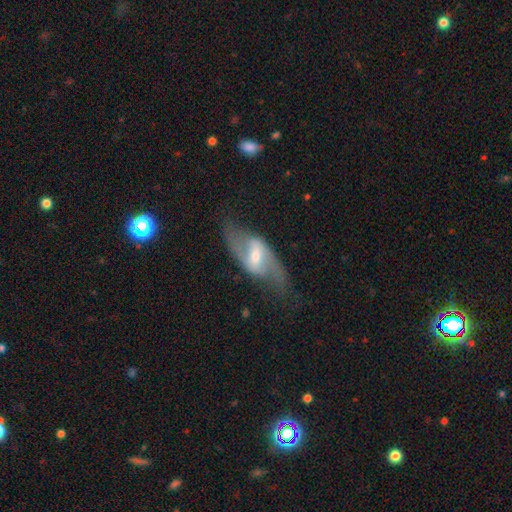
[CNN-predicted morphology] The model was most divided on "bar": weak: 44%, strong: 43%, no: 13%. Remaining: edge-on disk — no (92%); spiral arms — yes (92%); spiral arm count — 2 (91%); smooth or featured — featured or disk (84%); merging — none (74%); spiral winding — loose (60%); bulge size — moderate (50%).